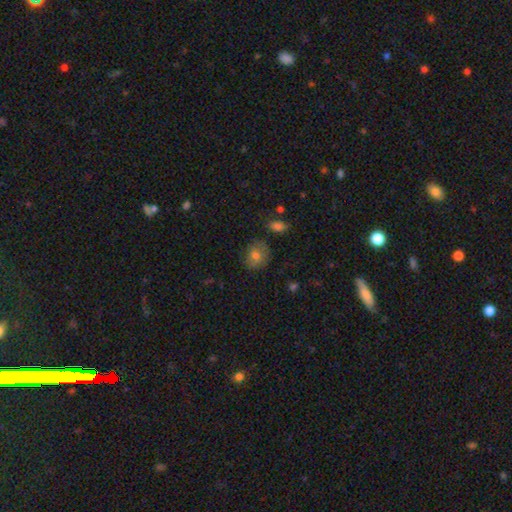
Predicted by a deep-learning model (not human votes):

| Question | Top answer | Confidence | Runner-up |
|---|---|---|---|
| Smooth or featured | smooth | 75% | featured or disk (15%) |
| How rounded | round | 65% | in between (34%) |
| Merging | none | 71% | minor disturbance (21%) |